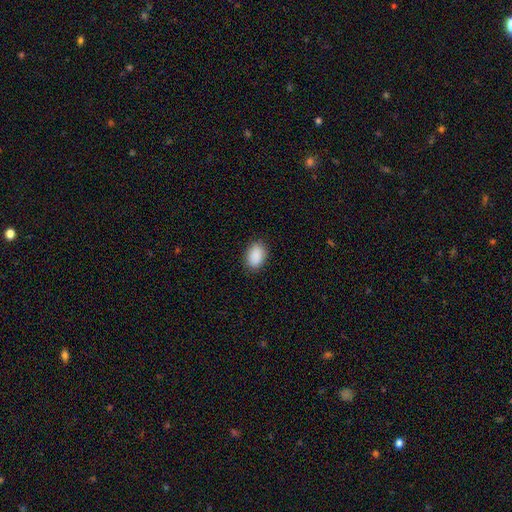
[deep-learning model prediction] Smooth or featured? smooth (91%)
How rounded? in between (88%)
Merging? none (87%)